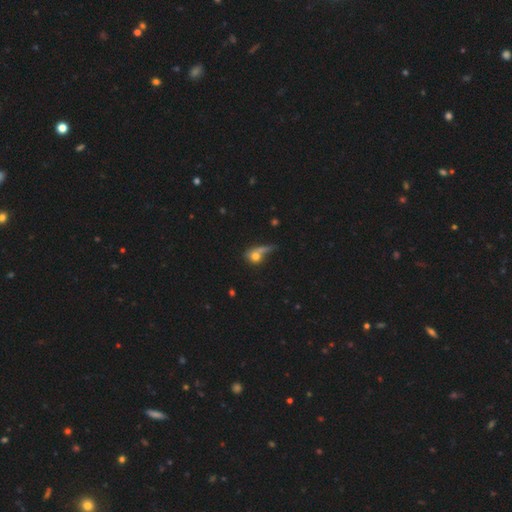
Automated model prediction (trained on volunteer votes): Smooth or featured? Predicted: smooth (p=0.65). How rounded? Predicted: round (p=0.54). Merging? Predicted: none (p=0.30).